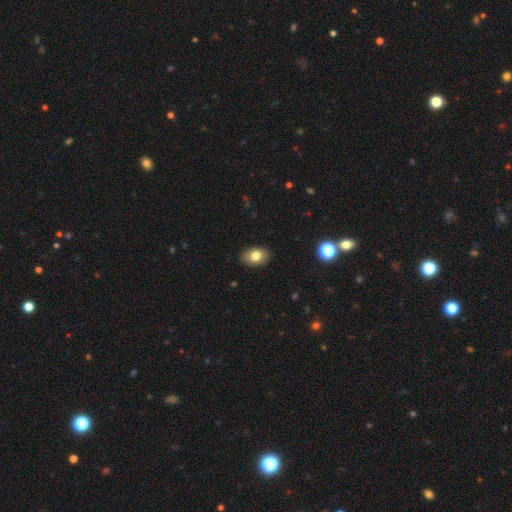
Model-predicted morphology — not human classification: This appears to be a smooth galaxy with no disk features (80%) that is in between round and cigar-shaped (83%). Merging: none (88%).